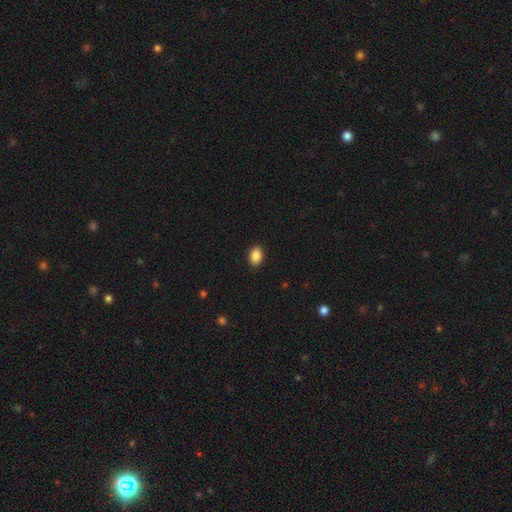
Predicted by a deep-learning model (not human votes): A smooth galaxy with no disk features (88%) that is in between round and cigar-shaped (78%).

Vote fractions:
- Smooth or featured? smooth: 88% / star or artifact: 8% / featured or disk: 4%
- How rounded? in between: 78% / round: 20% / cigar-shaped: 1%
- Merging? none: 91% / minor disturbance: 6% / major disturbance: 2% / merger: 1%